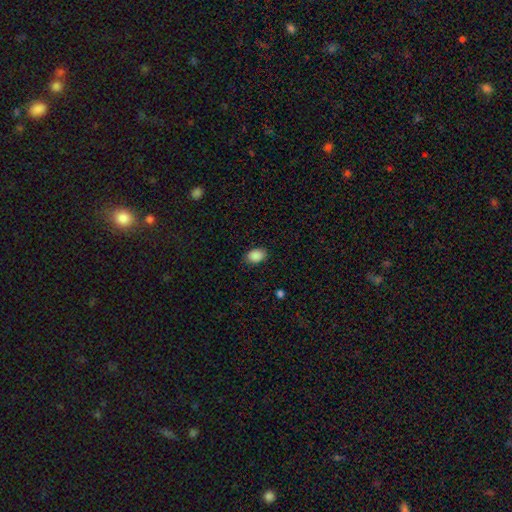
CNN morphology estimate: This is clearly a smooth galaxy (89%). How rounded: likely in between (79%). Merging: clearly none (85%).